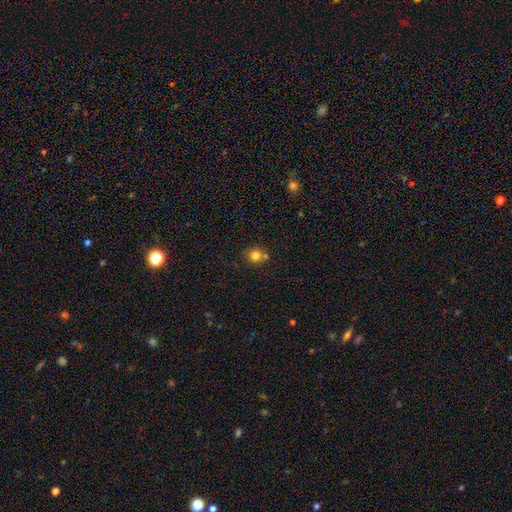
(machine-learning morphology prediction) smooth 80%, star or artifact 12%, featured or disk 8%. Down the decision tree: how rounded — round (89%); merging — none (64%).